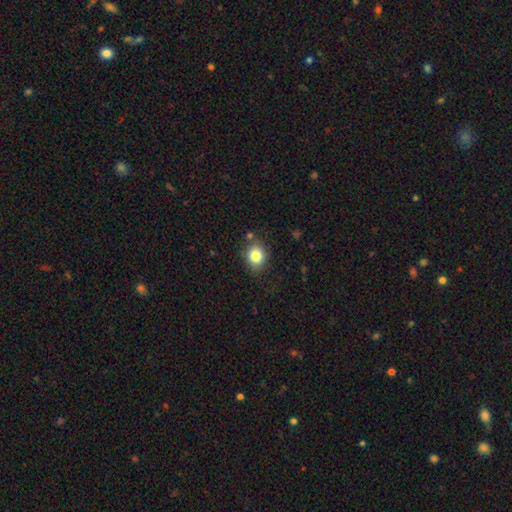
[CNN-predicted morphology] The model was most divided on "how rounded": round: 64%, in between: 35%, cigar-shaped: 1%. More confident: smooth or featured — smooth (82%); merging — none (79%).